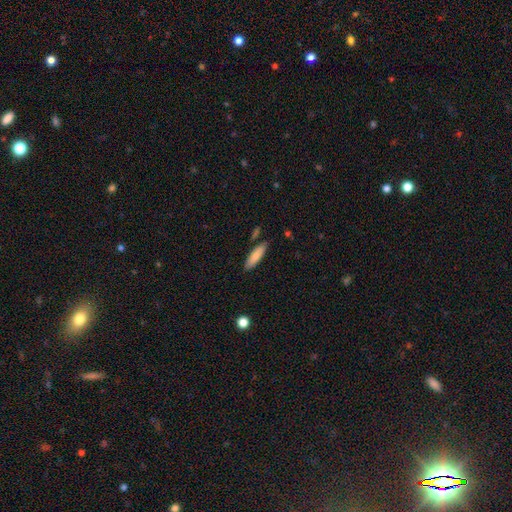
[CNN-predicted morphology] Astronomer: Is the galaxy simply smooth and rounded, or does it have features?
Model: smooth — 80%.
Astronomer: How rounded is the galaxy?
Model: cigar-shaped — 62%.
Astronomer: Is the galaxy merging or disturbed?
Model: none — 82%.